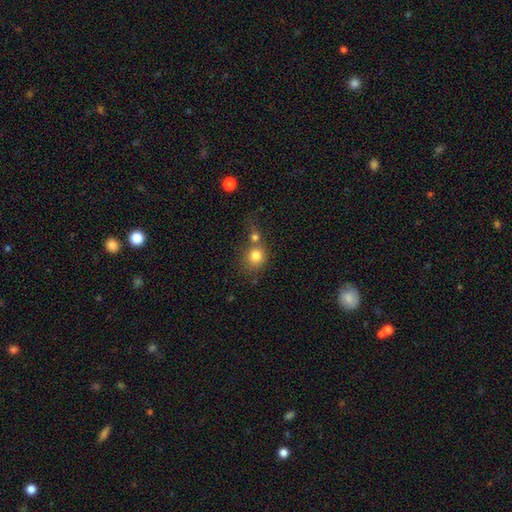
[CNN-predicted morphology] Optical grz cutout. It shows a smooth galaxy with no disk features (80%) that is round (79%). Merging: none (43%).